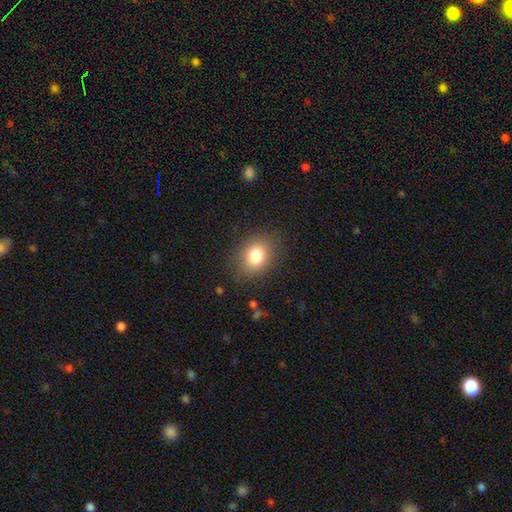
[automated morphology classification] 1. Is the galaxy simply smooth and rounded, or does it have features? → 80% smooth, 11% star or artifact, 9% featured or disk.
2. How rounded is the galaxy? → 54% in between, 45% round, 1% cigar-shaped.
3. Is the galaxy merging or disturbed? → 84% none, 11% minor disturbance, 4% major disturbance, 1% merger.